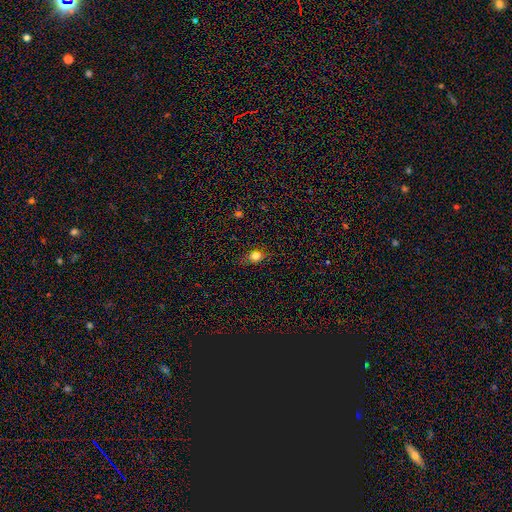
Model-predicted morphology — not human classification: Smooth or featured? Predicted: smooth (p=0.78). How rounded? Predicted: in between (p=0.49). Merging? Predicted: none (p=0.81).